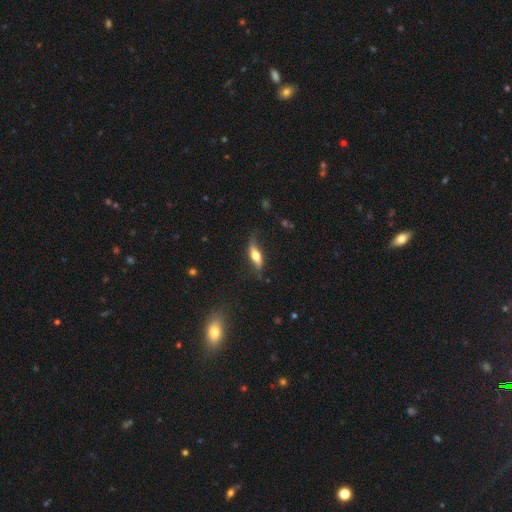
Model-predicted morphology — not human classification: This appears to be a featured or disk galaxy (50%) viewed edge-on (64%). Merging: none (63%).